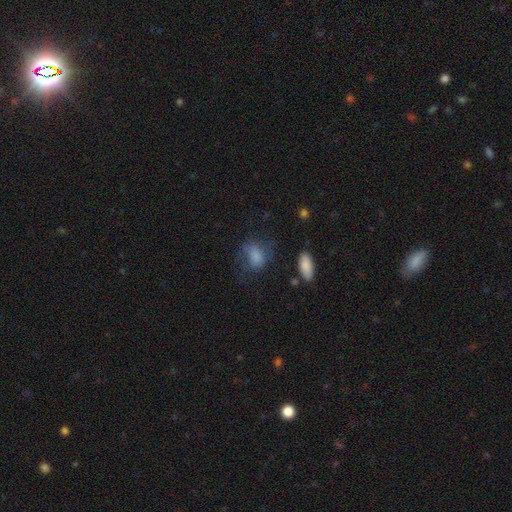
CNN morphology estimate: Smooth or featured: smooth — 70% (featured or disk — 19%)
How rounded: in between — 74% (round — 24%)
Merging: none — 39% (major disturbance — 32%)